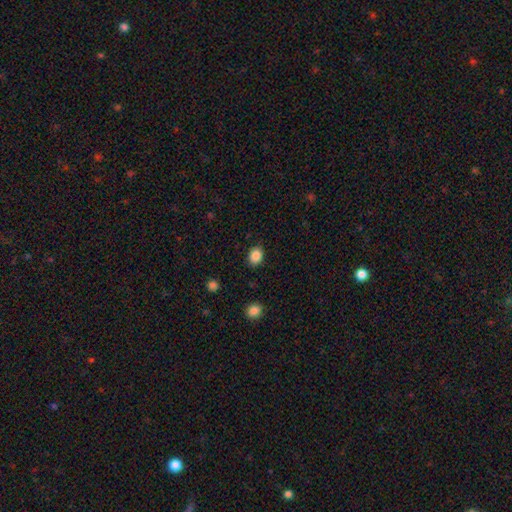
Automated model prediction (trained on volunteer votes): smooth 86%, star or artifact 9%, featured or disk 4%. Down the decision tree: how rounded — in between (51%); merging — none (88%).